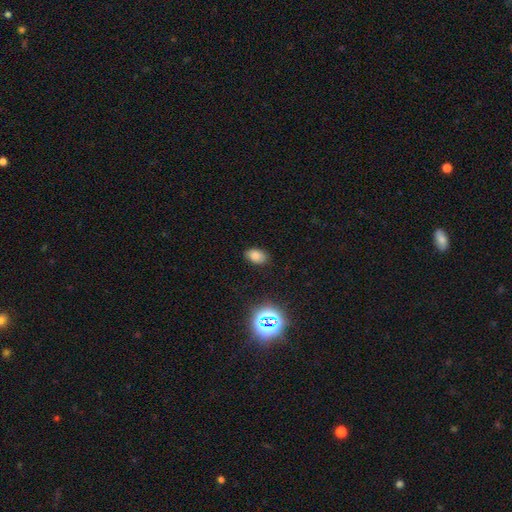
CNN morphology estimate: Smooth or featured: smooth — 77% (star or artifact — 16%)
How rounded: in between — 88% (round — 11%)
Merging: none — 85% (minor disturbance — 11%)